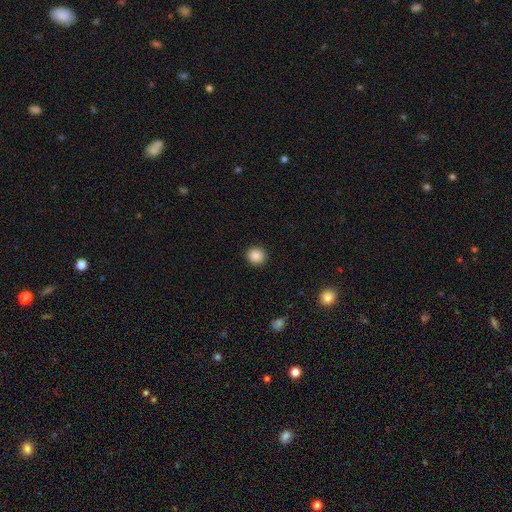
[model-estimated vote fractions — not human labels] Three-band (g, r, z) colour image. It shows a smooth galaxy with no disk features (88%) that is round (89%). Merging: none (92%).